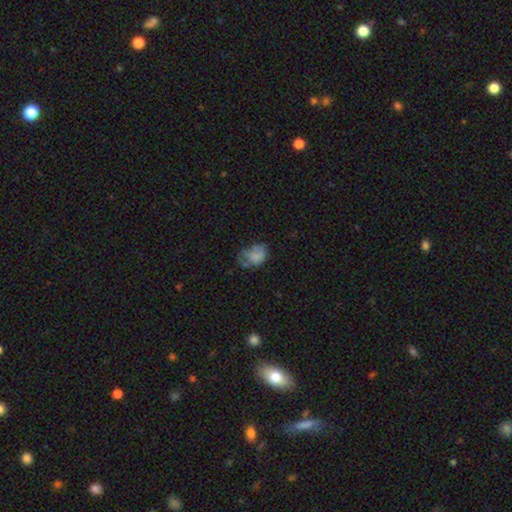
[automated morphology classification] A smooth galaxy with no disk features (66%) that is in between round and cigar-shaped (69%).

Vote fractions:
- Smooth or featured? smooth: 66% / featured or disk: 23% / star or artifact: 11%
- How rounded? in between: 69% / round: 30% / cigar-shaped: 1%
- Merging? major disturbance: 34% / minor disturbance: 31% / none: 30% / merger: 5%